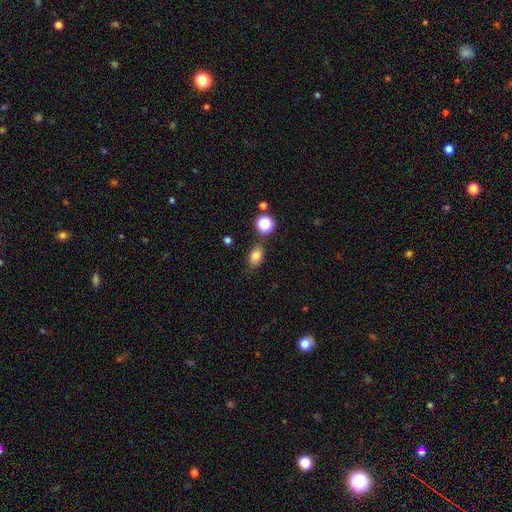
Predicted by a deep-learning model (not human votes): Smooth or featured? Predicted: smooth (p=0.81). How rounded? Predicted: in between (p=0.81). Merging? Predicted: none (p=0.77).